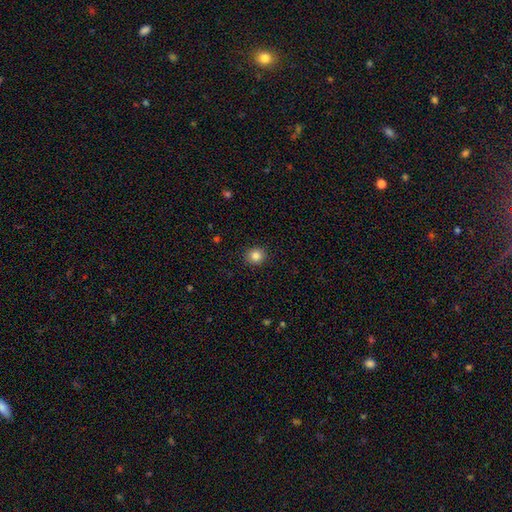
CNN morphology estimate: This is clearly a smooth galaxy (85%). How rounded: clearly round (86%). Merging: clearly none (91%).